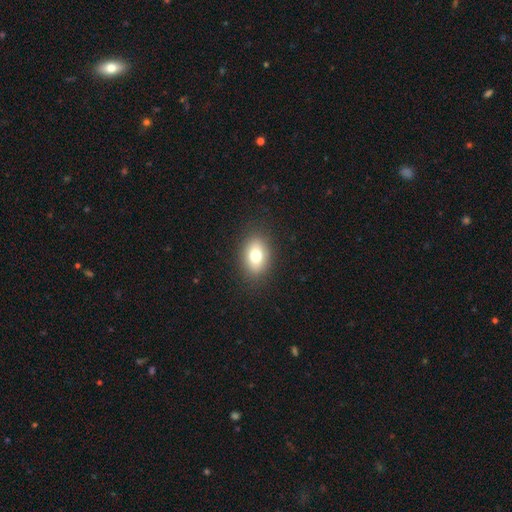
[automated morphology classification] Smooth or featured: smooth — 76% (featured or disk — 14%)
How rounded: in between — 78% (round — 21%)
Merging: none — 88% (minor disturbance — 9%)